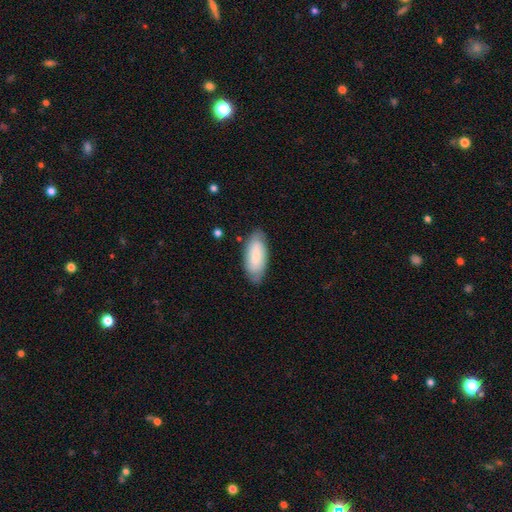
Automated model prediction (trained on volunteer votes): smooth 76%, featured or disk 19%, star or artifact 6%. Down the decision tree: how rounded — in between (87%); merging — none (79%).